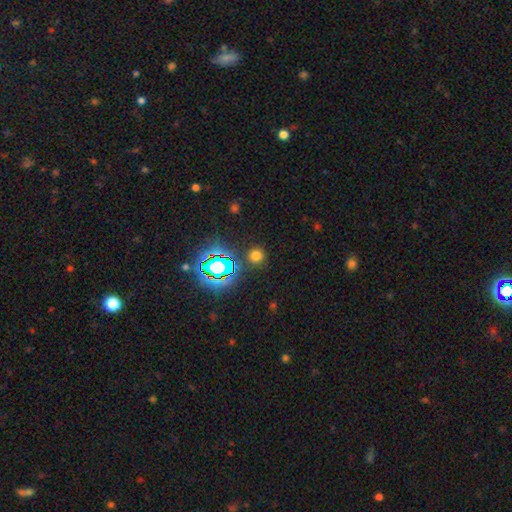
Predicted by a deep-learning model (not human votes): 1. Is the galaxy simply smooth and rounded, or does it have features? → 65% smooth, 29% star or artifact, 6% featured or disk.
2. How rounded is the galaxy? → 91% round, 7% in between, 1% cigar-shaped.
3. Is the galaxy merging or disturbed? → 87% none, 7% minor disturbance, 3% merger, 3% major disturbance.